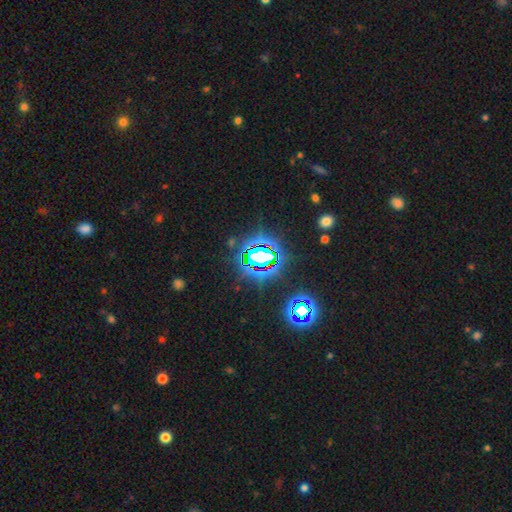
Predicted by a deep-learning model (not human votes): Smooth or featured? star or artifact (75%)